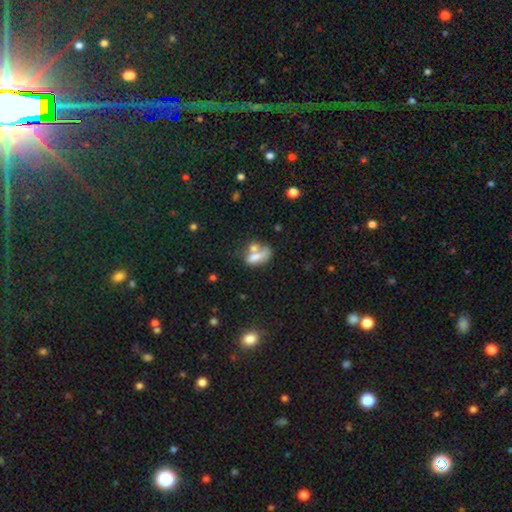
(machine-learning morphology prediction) smooth-or-featured: smooth: 66% | featured or disk: 23% | star or artifact: 11%
  how-rounded: in between: 79% | round: 11% | cigar-shaped: 10%
  merging: merger: 50% | none: 25% | minor disturbance: 13% | major disturbance: 12%